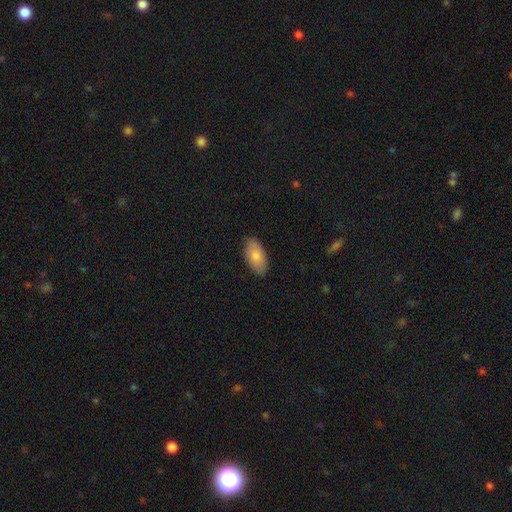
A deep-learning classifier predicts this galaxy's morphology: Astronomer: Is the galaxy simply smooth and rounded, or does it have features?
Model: smooth — 85%.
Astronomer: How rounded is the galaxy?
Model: in between — 94%.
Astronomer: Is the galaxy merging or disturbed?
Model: none — 87%.